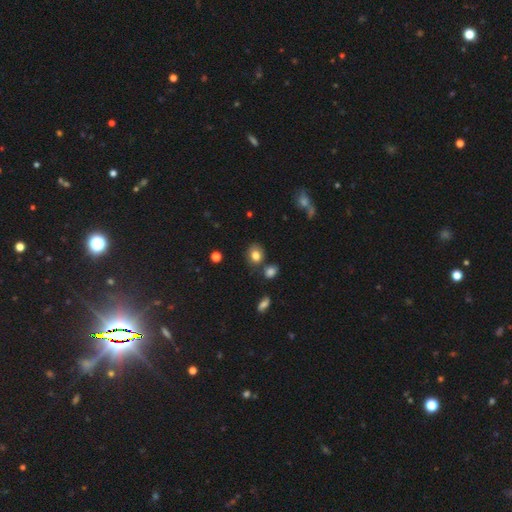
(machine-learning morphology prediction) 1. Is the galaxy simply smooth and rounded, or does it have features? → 80% smooth, 11% star or artifact, 8% featured or disk.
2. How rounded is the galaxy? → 55% round, 44% in between, 1% cigar-shaped.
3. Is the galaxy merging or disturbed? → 70% none, 16% minor disturbance, 10% merger, 4% major disturbance.